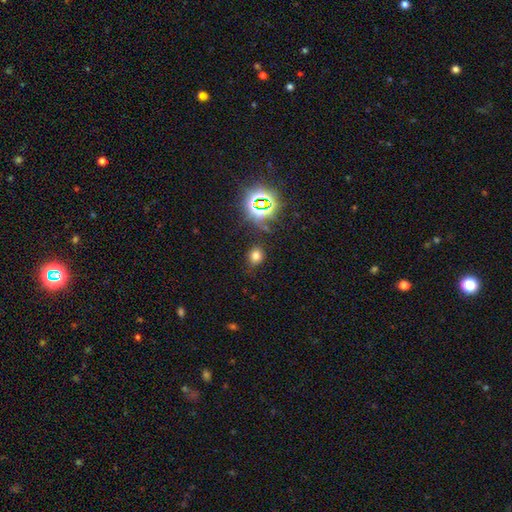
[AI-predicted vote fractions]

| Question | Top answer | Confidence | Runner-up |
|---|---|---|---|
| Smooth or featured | smooth | 67% | star or artifact (25%) |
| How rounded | round | 69% | in between (29%) |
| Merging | none | 80% | minor disturbance (13%) |